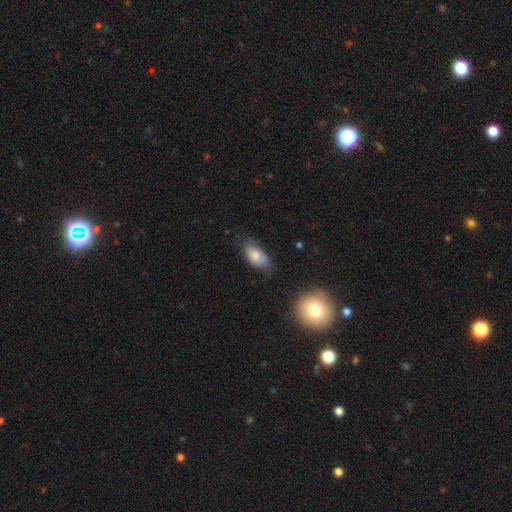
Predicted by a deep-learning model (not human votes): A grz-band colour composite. It shows a smooth galaxy with no disk features (78%) that is in between round and cigar-shaped (92%). Merging: none (58%).